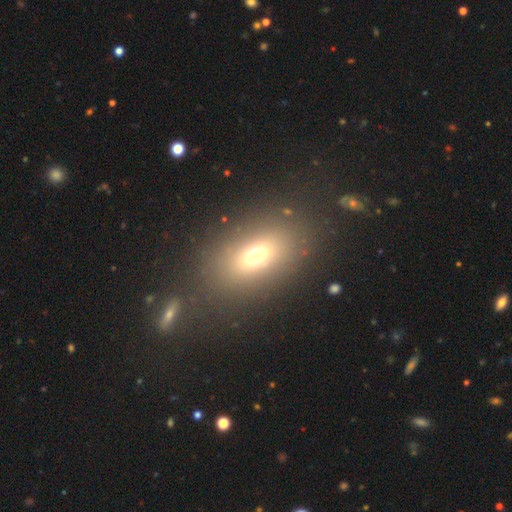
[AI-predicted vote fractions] This is likely a smooth galaxy (68%). How rounded: likely in between (73%). Merging: clearly none (80%).